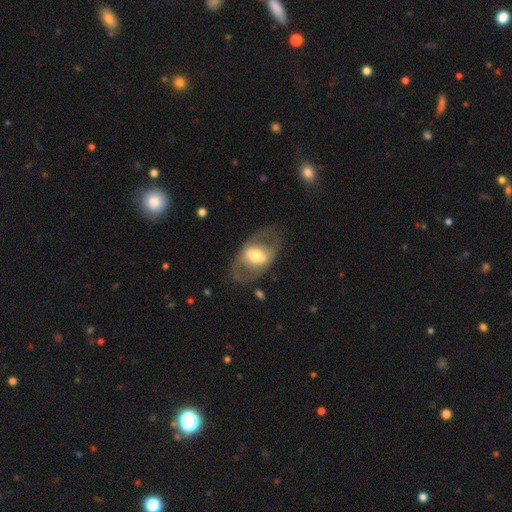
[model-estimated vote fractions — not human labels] Smooth or featured? featured or disk (55%)
Edge-on disk? no (87%)
Merging? none (70%)